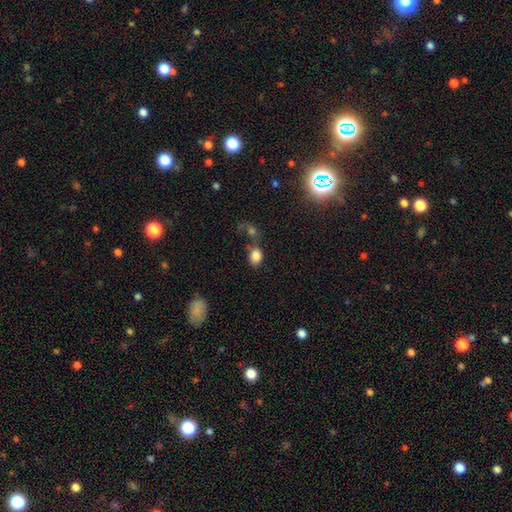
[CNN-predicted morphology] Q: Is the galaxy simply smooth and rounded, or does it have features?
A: smooth — 83%.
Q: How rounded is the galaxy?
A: in between — 61%.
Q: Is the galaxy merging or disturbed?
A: none — 51%.